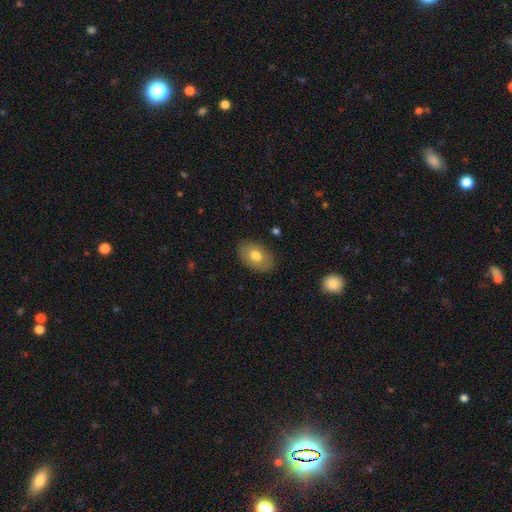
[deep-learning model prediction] Smooth or featured? smooth (74%)
How rounded? in between (87%)
Merging? none (85%)